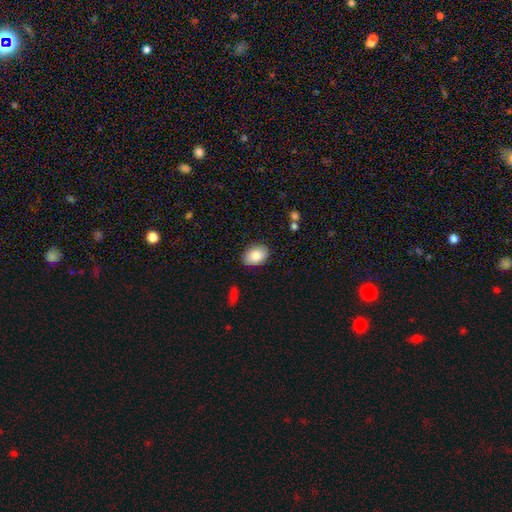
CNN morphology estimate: This is clearly a smooth galaxy (85%). How rounded: clearly in between (81%). Merging: clearly none (85%).